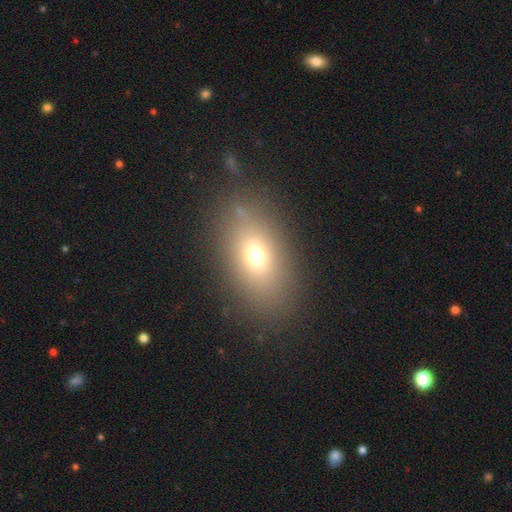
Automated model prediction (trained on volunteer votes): Smooth or featured: smooth — 67% (featured or disk — 17%)
How rounded: in between — 82% (round — 13%)
Merging: none — 83% (minor disturbance — 10%)